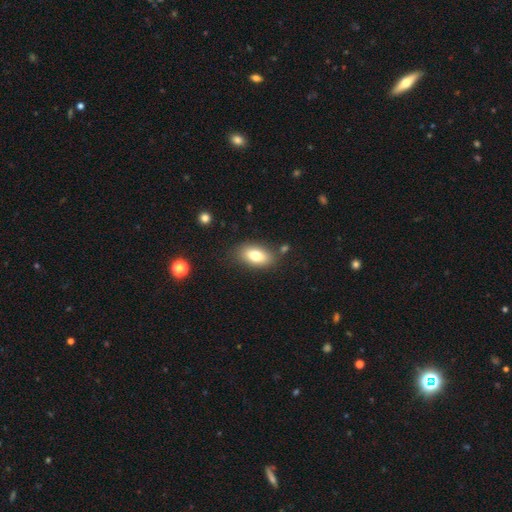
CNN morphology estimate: smooth 76%, featured or disk 16%, star or artifact 8%. Down the decision tree: how rounded — in between (89%); merging — none (80%).